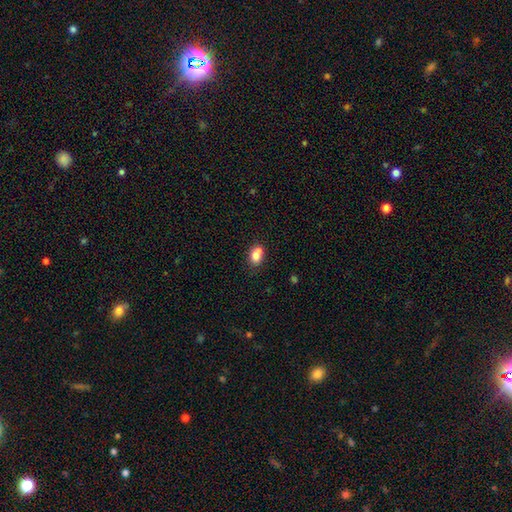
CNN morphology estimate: smooth-or-featured: smooth: 75% | featured or disk: 15% | star or artifact: 10%
  how-rounded: in between: 64% | round: 35% | cigar-shaped: 1%
  merging: merger: 44% | none: 39% | minor disturbance: 13% | major disturbance: 4%